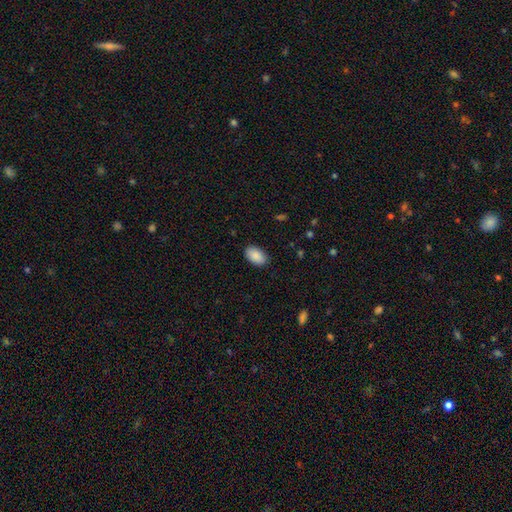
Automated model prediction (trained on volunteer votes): smooth_or_featured: smooth (p=0.90) [alt: star or artifact p=0.06]
how_rounded: in between (p=0.93) [alt: round p=0.06]
merging: none (p=0.87) [alt: minor disturbance p=0.10]